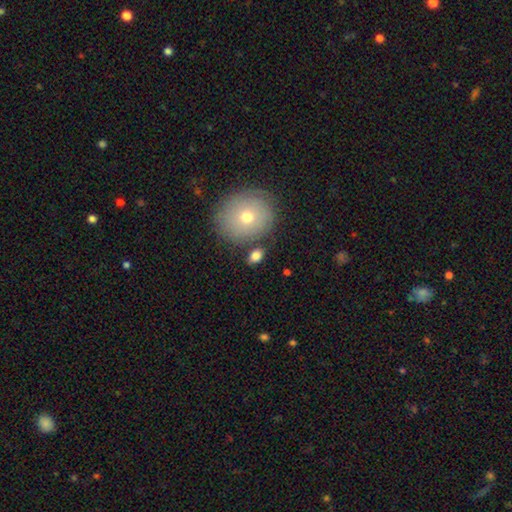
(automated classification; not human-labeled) Overall: smooth (80%). How rounded: in between (71%). Merging: none (73%).